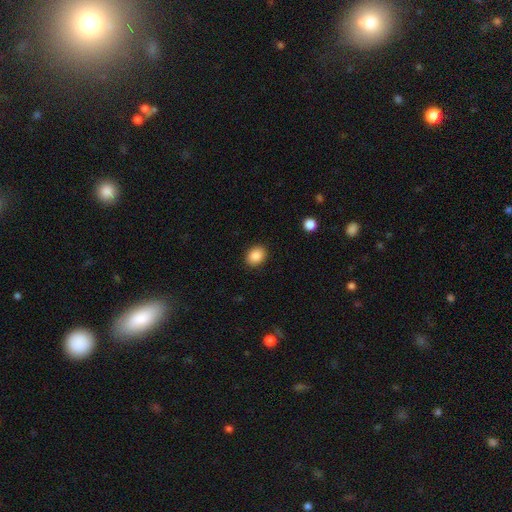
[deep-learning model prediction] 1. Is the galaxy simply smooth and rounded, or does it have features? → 87% smooth, 9% star or artifact, 4% featured or disk.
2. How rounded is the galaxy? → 56% in between, 43% round, 1% cigar-shaped.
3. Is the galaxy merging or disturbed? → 90% none, 7% minor disturbance, 2% major disturbance, 1% merger.